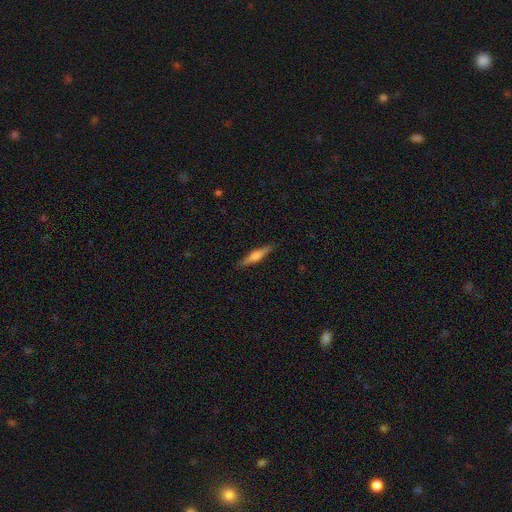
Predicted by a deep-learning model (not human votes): This appears to be a featured or disk galaxy (52%) viewed edge-on (97%) with a rounded central bulge (82%). Merging: none (90%).